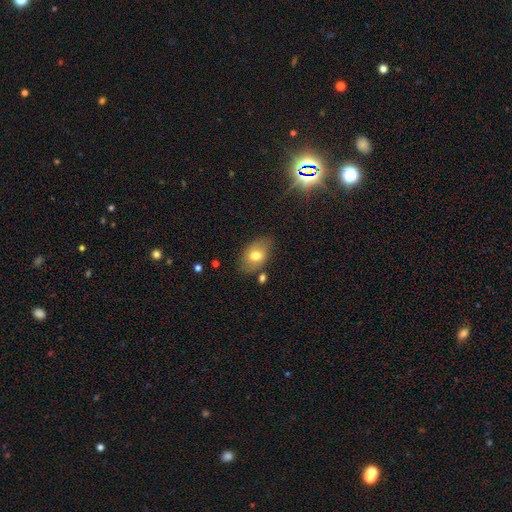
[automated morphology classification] Smooth or featured? Predicted: smooth (p=0.69). How rounded? Predicted: in between (p=0.87). Merging? Predicted: none (p=0.74).